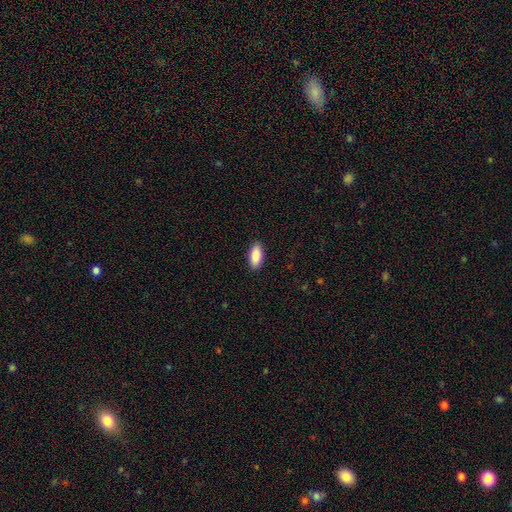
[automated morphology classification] Smooth or featured: smooth — 88% (star or artifact — 6%)
How rounded: in between — 89% (cigar-shaped — 9%)
Merging: none — 90% (minor disturbance — 8%)